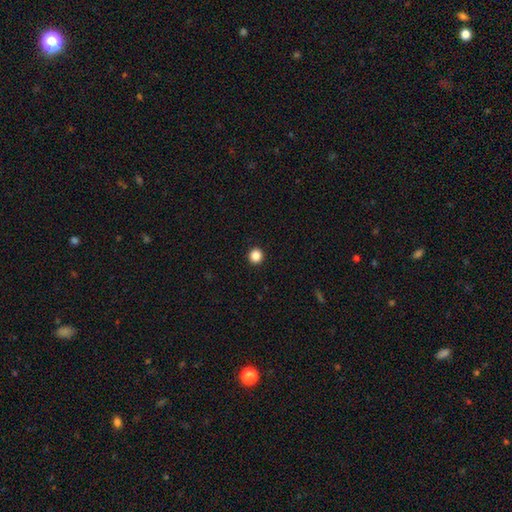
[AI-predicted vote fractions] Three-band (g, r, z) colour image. It shows a smooth galaxy with no disk features (86%) that is round (93%). Merging: none (93%).